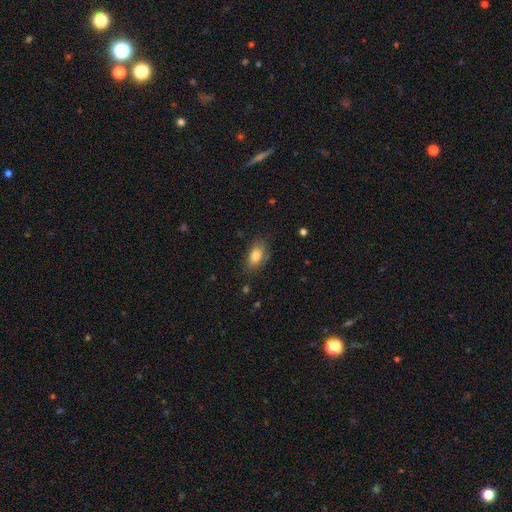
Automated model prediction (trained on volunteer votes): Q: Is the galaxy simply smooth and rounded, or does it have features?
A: smooth — 82%.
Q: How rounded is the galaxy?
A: in between — 89%.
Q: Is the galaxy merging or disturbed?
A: none — 75%.